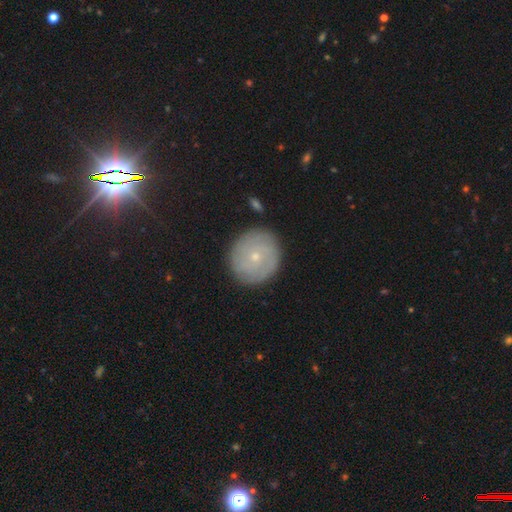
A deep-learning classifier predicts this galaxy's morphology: This appears to be a featured or disk galaxy (51%). Merging: none (86%).